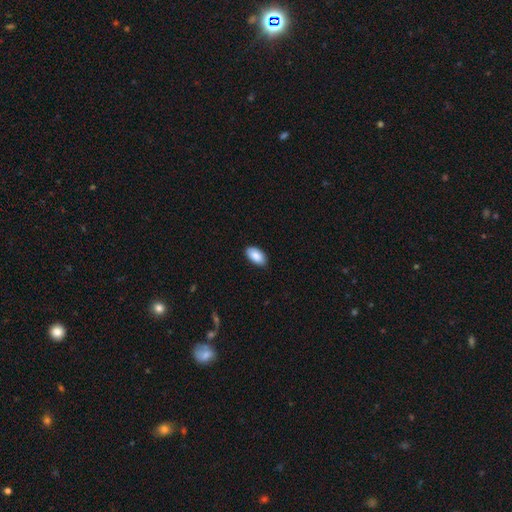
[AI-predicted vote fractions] Smooth or featured?
  - smooth: 89% *
  - star or artifact: 6%
  - featured or disk: 5%
How rounded?
  - in between: 95% *
  - round: 3%
  - cigar-shaped: 2%
Merging?
  - none: 87% *
  - minor disturbance: 11%
  - major disturbance: 2%
  - merger: 1%